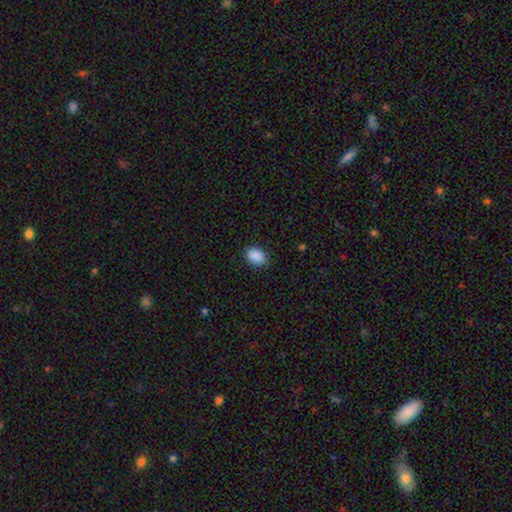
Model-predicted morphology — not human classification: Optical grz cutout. It shows a smooth galaxy with no disk features (90%) that is in between round and cigar-shaped (82%). Merging: none (86%).